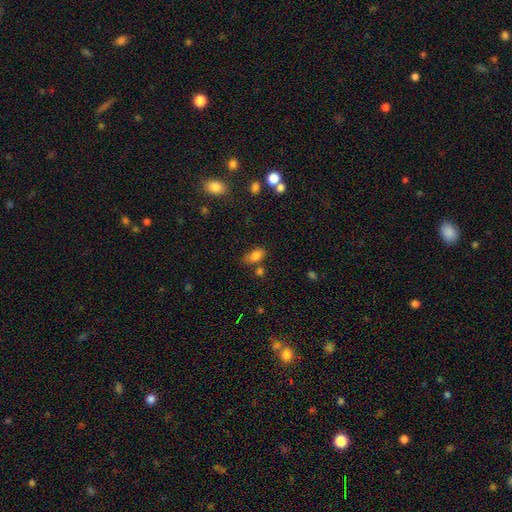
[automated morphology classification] This appears to be a smooth galaxy with no disk features (81%) that is in between round and cigar-shaped (88%). Merging: none (61%).